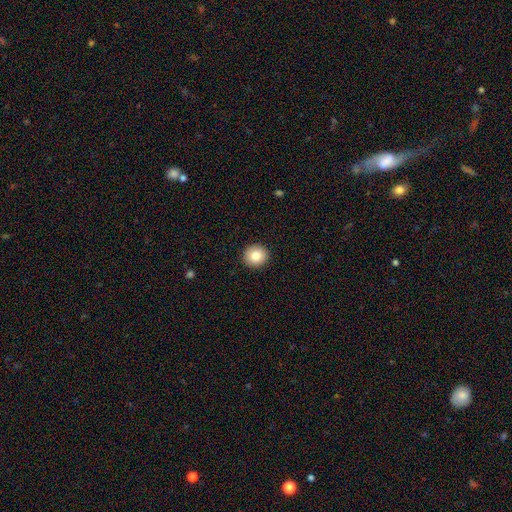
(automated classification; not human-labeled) Overall: smooth (82%). How rounded: round (91%). Merging: none (93%).